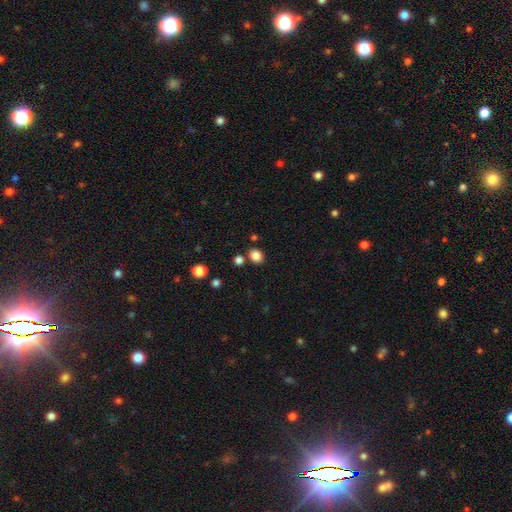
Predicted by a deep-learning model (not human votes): Overall: smooth (84%). How rounded: round (58%; in between 41%). Merging: none (81%).